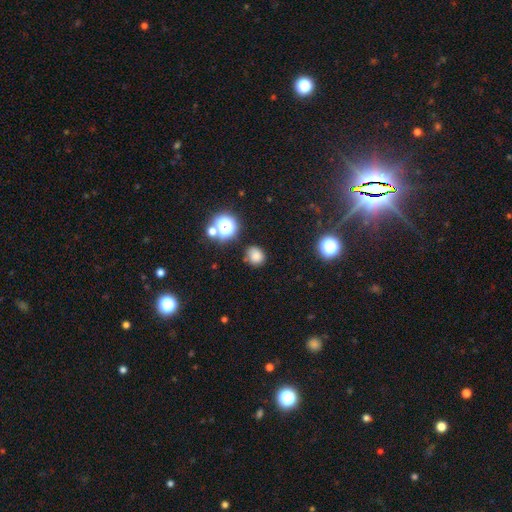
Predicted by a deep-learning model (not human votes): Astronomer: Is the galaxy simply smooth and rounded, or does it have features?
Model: smooth — 77%.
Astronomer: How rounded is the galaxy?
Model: round — 76%.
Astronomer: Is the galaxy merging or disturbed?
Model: none — 77%.